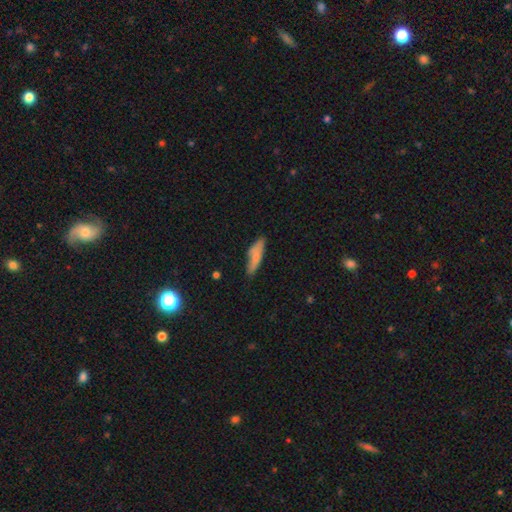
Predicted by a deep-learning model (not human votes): A smooth galaxy with no disk features (71%) that is cigar-shaped (68%). Merging: none (66%).